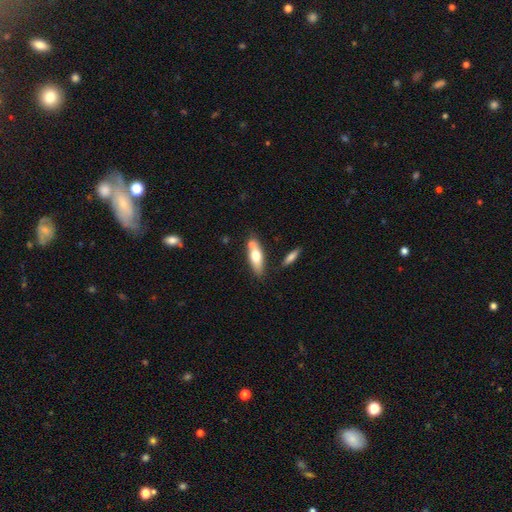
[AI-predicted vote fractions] A smooth galaxy with no disk features (63%) that is in between round and cigar-shaped (59%).

Vote fractions:
- Smooth or featured? smooth: 63% / featured or disk: 31% / star or artifact: 6%
- How rounded? in between: 59% / cigar-shaped: 37% / round: 4%
- Merging? none: 56% / merger: 26% / minor disturbance: 14% / major disturbance: 4%